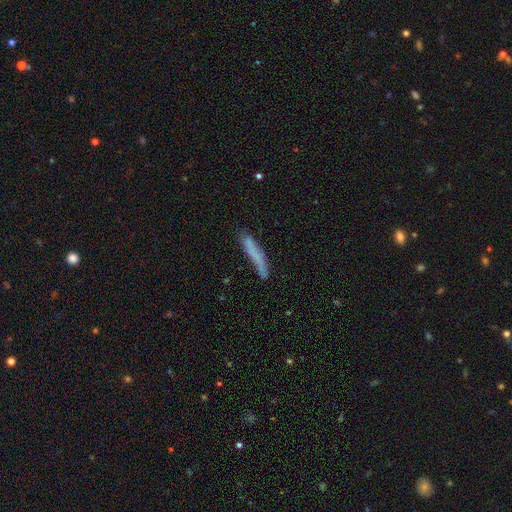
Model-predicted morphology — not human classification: Q: Smooth or featured?
A: smooth (66%); runner-up: featured or disk (26%)
Q: How rounded?
A: cigar-shaped (92%); runner-up: in between (6%)
Q: Merging?
A: none (65%); runner-up: minor disturbance (23%)